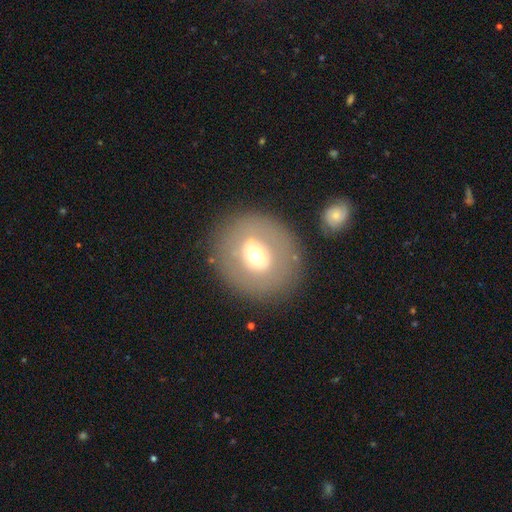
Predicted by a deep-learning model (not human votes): smooth 54%, featured or disk 34%, star or artifact 12%. Down the decision tree: how rounded — round (85%); merging — none (83%).